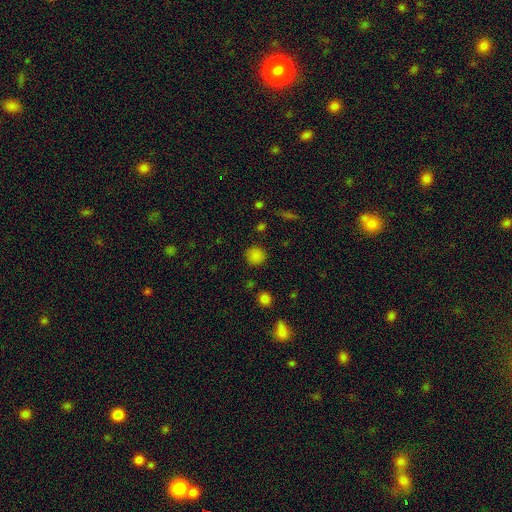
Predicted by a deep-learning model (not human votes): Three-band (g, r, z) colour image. It shows a smooth galaxy with no disk features (81%) that is round (91%). Merging: none (86%).